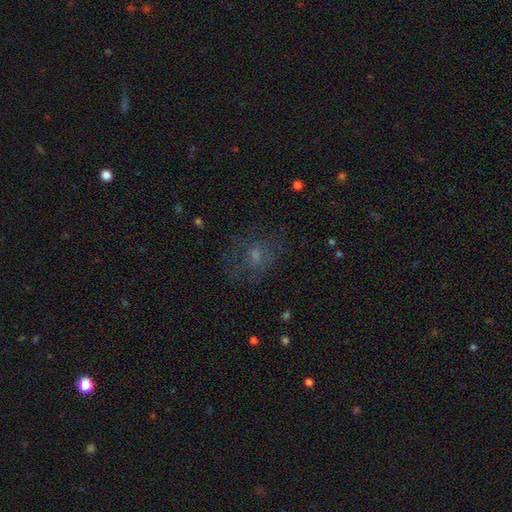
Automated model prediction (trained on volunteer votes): This appears to be a smooth galaxy with no disk features (45%). Merging: none (61%).